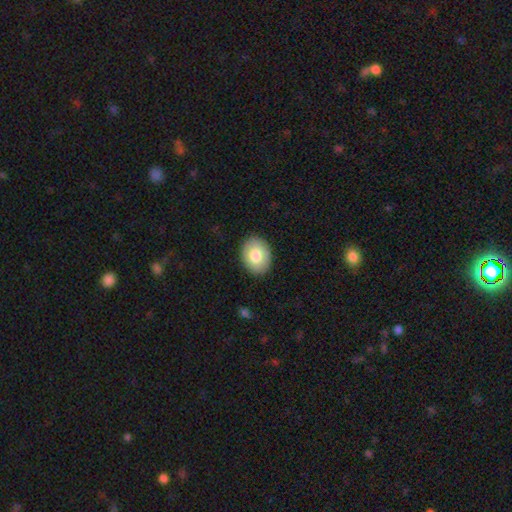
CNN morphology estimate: type=smooth (80%); roundness=in between (67%); merging=none (89%).